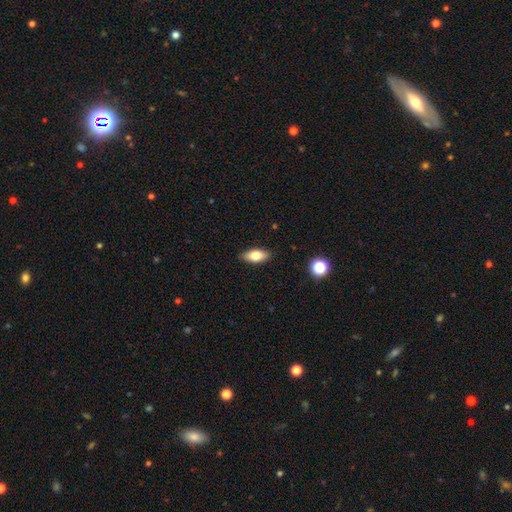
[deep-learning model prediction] smooth_or_featured: smooth (p=0.75) [alt: featured or disk p=0.18]
how_rounded: in between (p=0.83) [alt: cigar-shaped p=0.14]
merging: none (p=0.88) [alt: minor disturbance p=0.09]